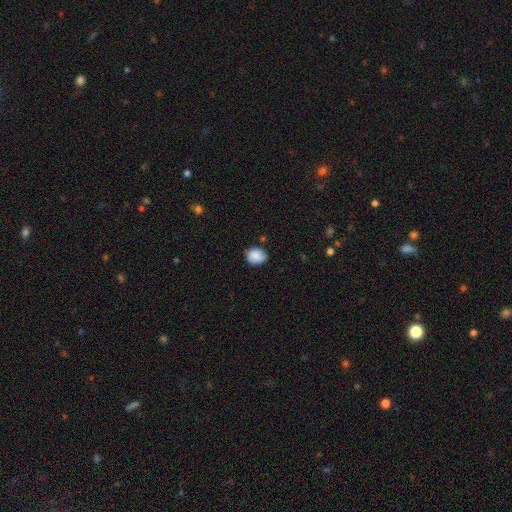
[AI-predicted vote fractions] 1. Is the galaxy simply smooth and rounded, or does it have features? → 85% smooth, 8% star or artifact, 7% featured or disk.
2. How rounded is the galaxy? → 57% round, 42% in between, 1% cigar-shaped.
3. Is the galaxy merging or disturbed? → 79% none, 16% minor disturbance, 3% major disturbance, 2% merger.